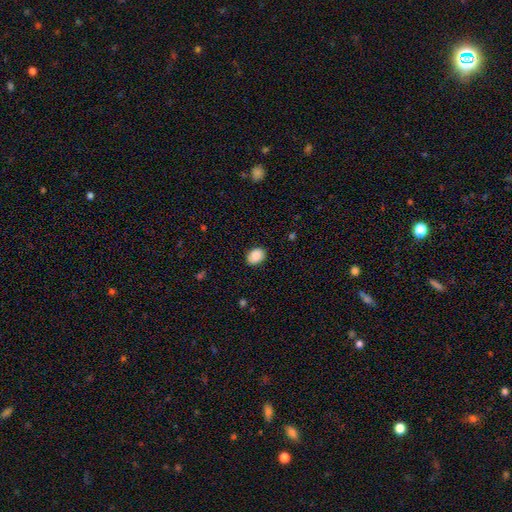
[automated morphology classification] smooth_or_featured: smooth (p=0.88) [alt: star or artifact p=0.07]
how_rounded: in between (p=0.67) [alt: round p=0.32]
merging: none (p=0.88) [alt: minor disturbance p=0.09]